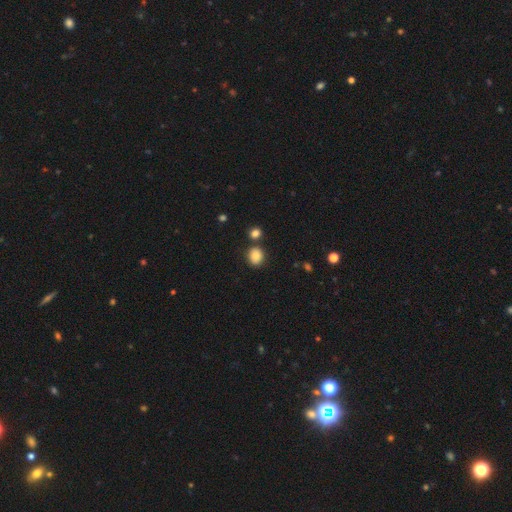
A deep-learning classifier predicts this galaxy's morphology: A smooth galaxy with no disk features (85%) that is round (65%). Merging: none (78%).